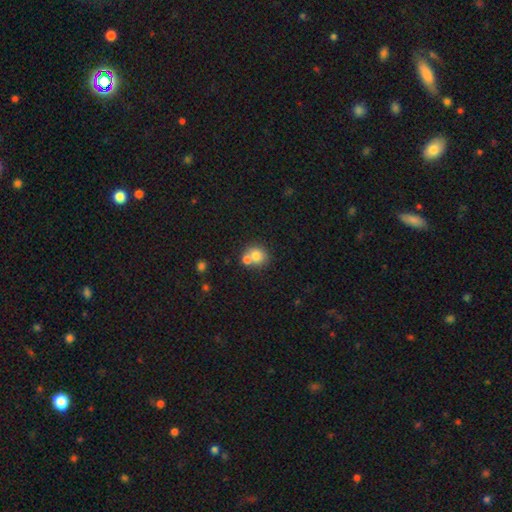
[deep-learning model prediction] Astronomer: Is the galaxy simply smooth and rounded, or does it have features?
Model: smooth — 77%.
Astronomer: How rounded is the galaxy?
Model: round — 79%.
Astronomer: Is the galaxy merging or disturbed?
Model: none — 48% (runner-up: merger, 41%).